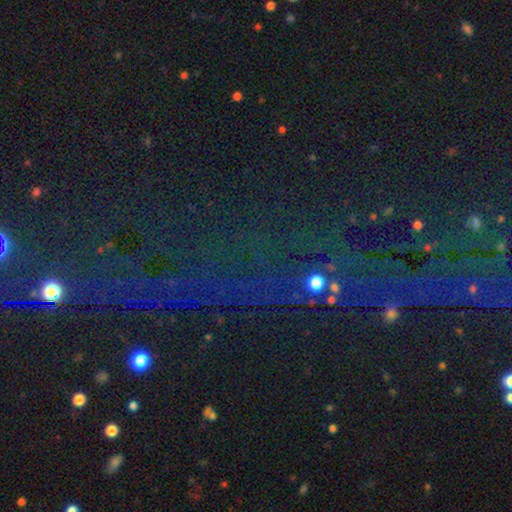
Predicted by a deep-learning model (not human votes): Smooth or featured: star or artifact — 77% (smooth — 13%)